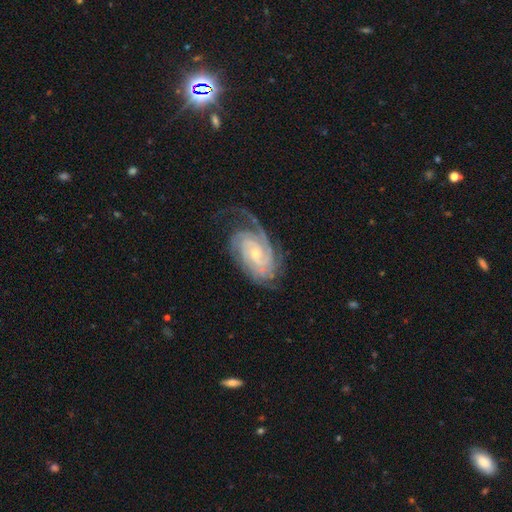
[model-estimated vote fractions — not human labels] featured or disk 87%, star or artifact 7%, smooth 6%. Down the decision tree: edge-on disk — no (96%); bar — no (59%); spiral arms — yes (98%); spiral arm count — 2 (27%); spiral winding — tight (70%); bulge size — small (65%); merging — none (66%).